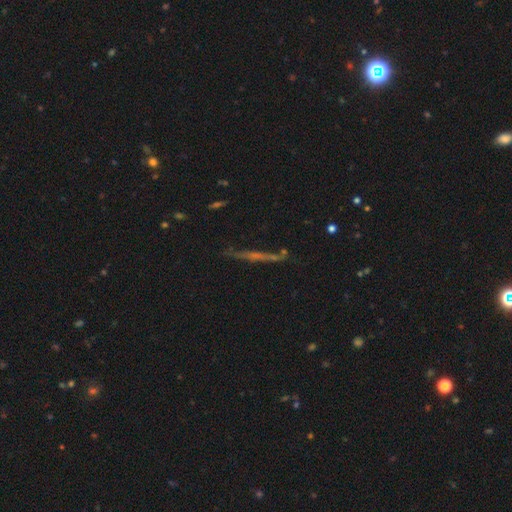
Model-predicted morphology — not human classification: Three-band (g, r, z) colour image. It shows a featured or disk galaxy (55%) viewed edge-on (91%). Merging: none (75%).